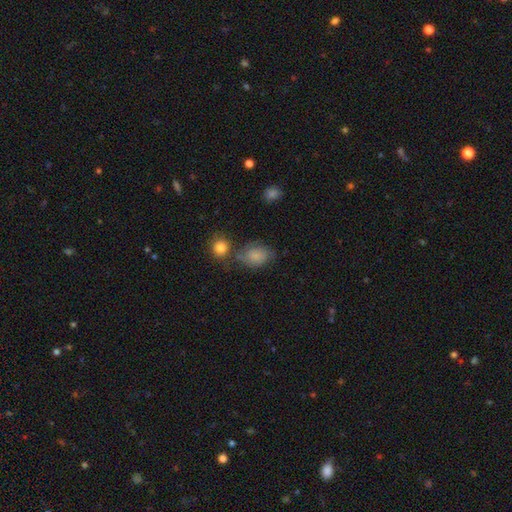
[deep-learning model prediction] Smooth or featured?
  - smooth: 74% *
  - featured or disk: 16%
  - star or artifact: 10%
How rounded?
  - in between: 65% *
  - round: 34%
  - cigar-shaped: 1%
Merging?
  - none: 53% *
  - minor disturbance: 23%
  - merger: 14%
  - major disturbance: 10%